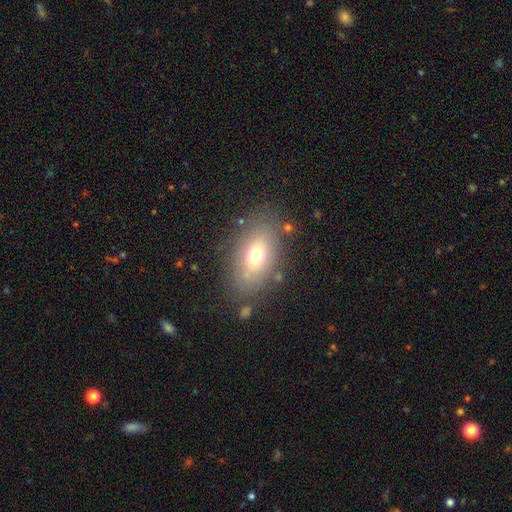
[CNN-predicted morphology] Smooth or featured?
  - smooth: 67% *
  - featured or disk: 22%
  - star or artifact: 11%
How rounded?
  - in between: 86% *
  - round: 11%
  - cigar-shaped: 3%
Merging?
  - none: 78% *
  - minor disturbance: 13%
  - major disturbance: 5%
  - merger: 3%